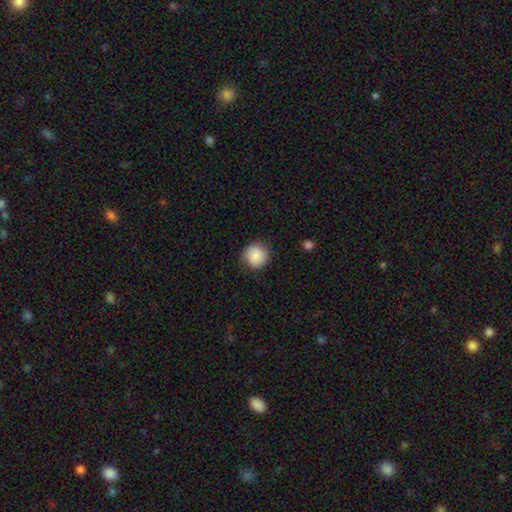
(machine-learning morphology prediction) Overall: smooth (85%). How rounded: round (92%). Merging: none (81%).